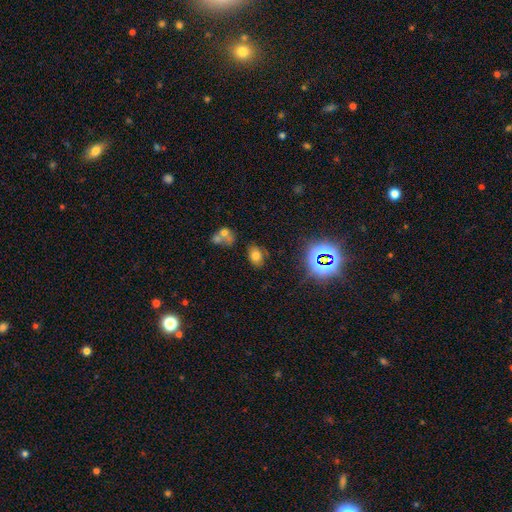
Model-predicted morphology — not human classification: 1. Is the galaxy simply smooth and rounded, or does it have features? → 67% smooth, 21% star or artifact, 13% featured or disk.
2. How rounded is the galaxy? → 73% in between, 25% round, 1% cigar-shaped.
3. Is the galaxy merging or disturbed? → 67% none, 15% minor disturbance, 13% merger, 6% major disturbance.